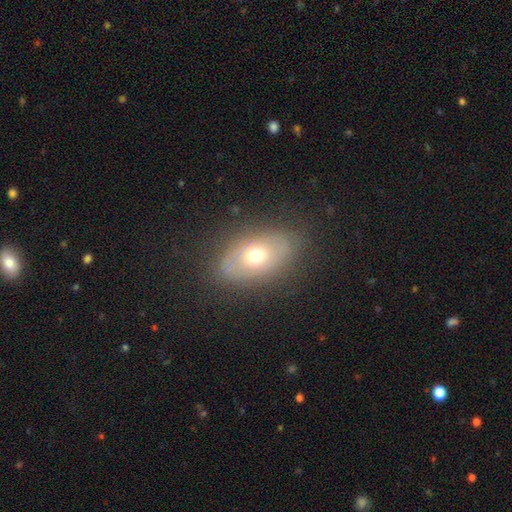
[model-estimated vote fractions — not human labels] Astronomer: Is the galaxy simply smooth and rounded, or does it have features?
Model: smooth — 55% (runner-up: featured or disk, 36%).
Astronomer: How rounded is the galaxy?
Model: in between — 87%.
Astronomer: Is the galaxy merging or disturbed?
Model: none — 81%.